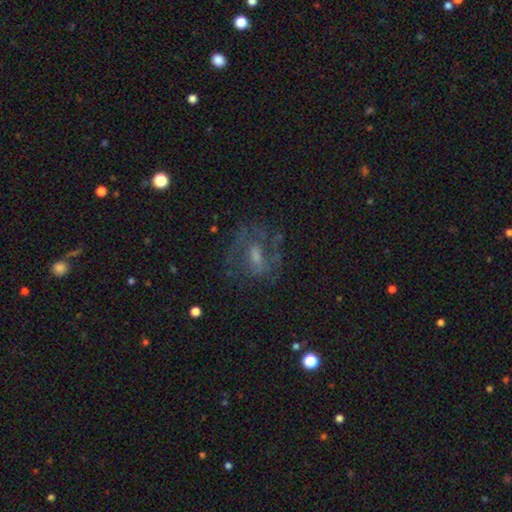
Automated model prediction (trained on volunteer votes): A featured or disk galaxy (64%) with a weak bar (47%), spiral arms (72%) and a moderate central bulge (39%, tied with small). Merging: none (67%).